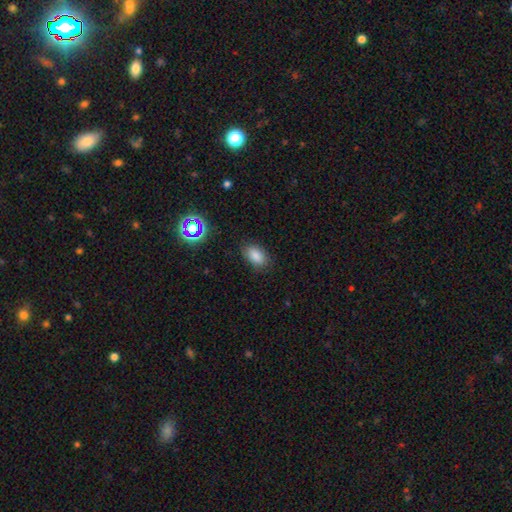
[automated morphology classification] Q: Smooth or featured?
A: smooth (83%); runner-up: star or artifact (12%)
Q: How rounded?
A: in between (88%); runner-up: round (10%)
Q: Merging?
A: none (83%); runner-up: minor disturbance (12%)